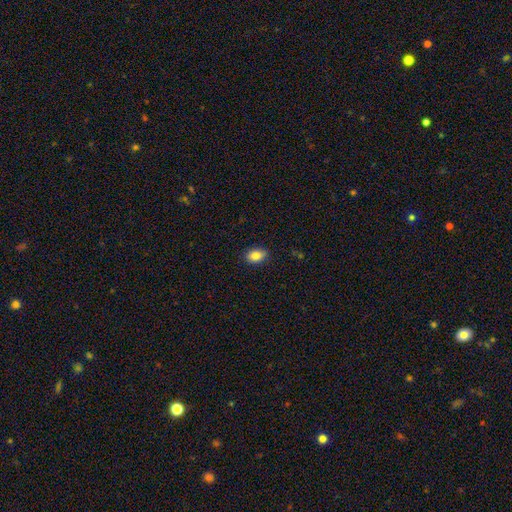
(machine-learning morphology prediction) The model was most divided on "how rounded": in between: 81%, round: 18%, cigar-shaped: 2%. More confident: merging — none (86%); smooth or featured — smooth (86%).